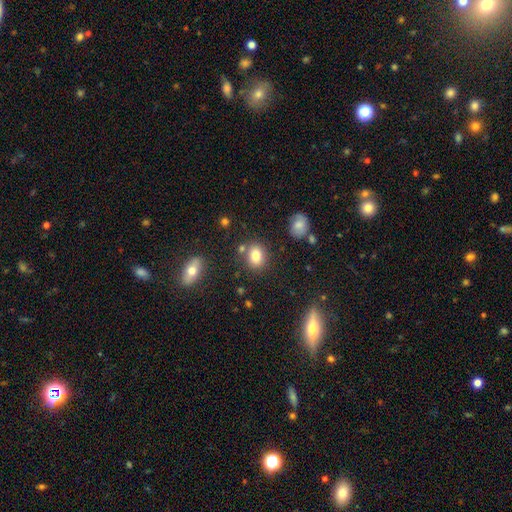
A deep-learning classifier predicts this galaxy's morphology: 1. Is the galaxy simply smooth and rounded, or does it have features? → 81% smooth, 10% star or artifact, 8% featured or disk.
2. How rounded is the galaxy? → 57% in between, 41% round, 1% cigar-shaped.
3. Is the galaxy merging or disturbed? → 76% none, 12% minor disturbance, 9% merger, 3% major disturbance.